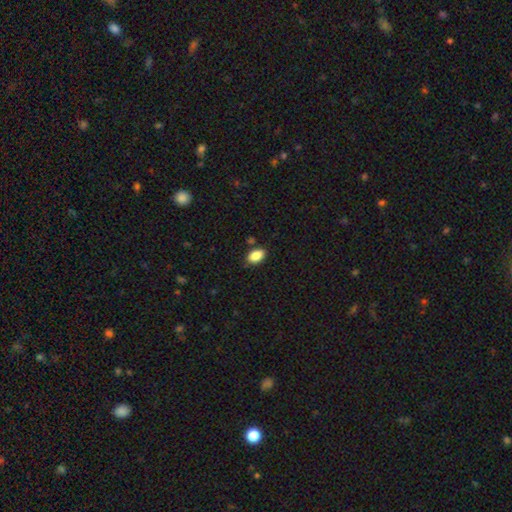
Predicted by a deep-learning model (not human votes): Smooth or featured: smooth — 88% (star or artifact — 8%)
How rounded: in between — 91% (round — 8%)
Merging: none — 83% (minor disturbance — 12%)